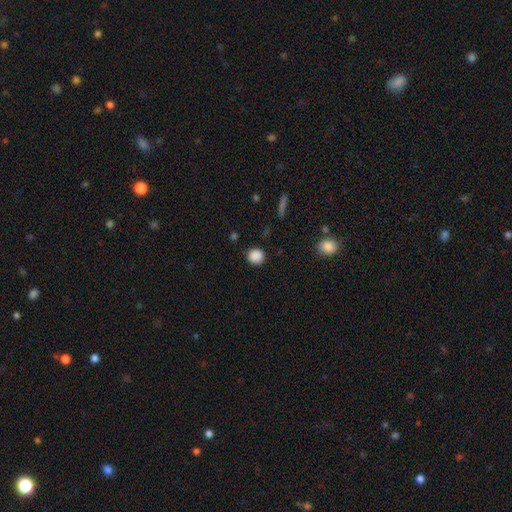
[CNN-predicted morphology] This appears to be a smooth galaxy with no disk features (87%) that is round (90%). Merging: none (88%).